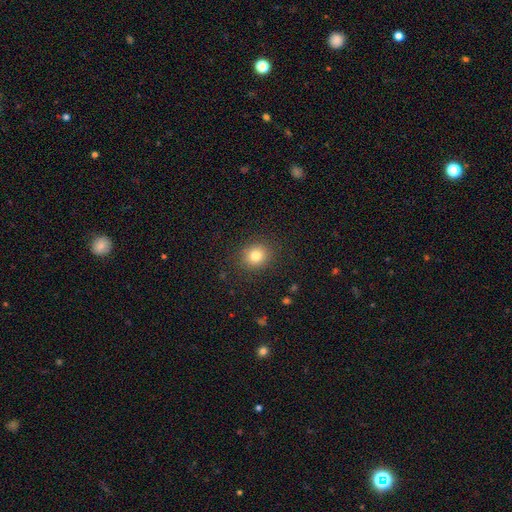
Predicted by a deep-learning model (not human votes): smooth_or_featured: smooth (p=0.81) [alt: star or artifact p=0.11]
how_rounded: round (p=0.79) [alt: in between p=0.21]
merging: none (p=0.88) [alt: minor disturbance p=0.08]